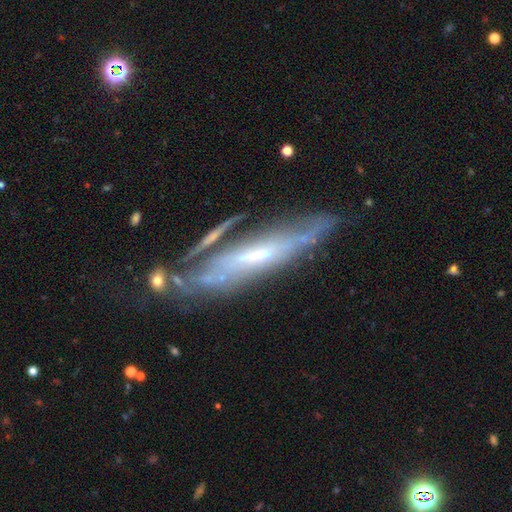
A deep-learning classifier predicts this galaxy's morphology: This is likely a featured or disk galaxy (75%). It is possibly not viewed edge-on (50%, tied with yes). Merging: possibly none (52%).